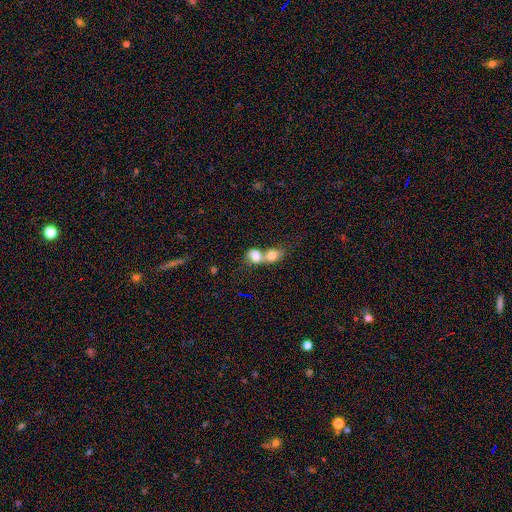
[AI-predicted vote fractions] Smooth or featured? Predicted: smooth (p=0.76). How rounded? Predicted: in between (p=0.55). Merging? Predicted: merger (p=0.79).